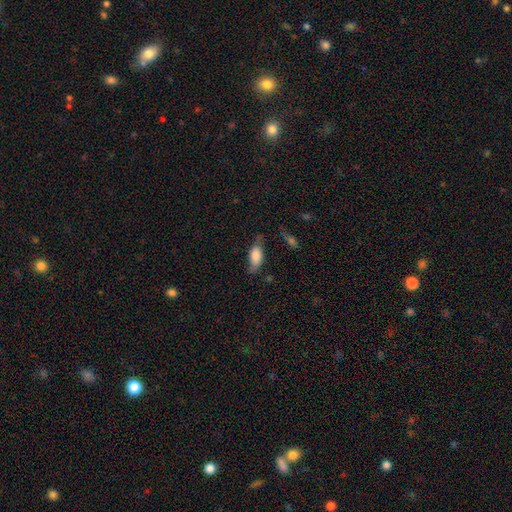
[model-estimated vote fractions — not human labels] Q: Smooth or featured?
A: smooth (73%); runner-up: featured or disk (19%)
Q: How rounded?
A: in between (83%); runner-up: cigar-shaped (13%)
Q: Merging?
A: none (57%); runner-up: minor disturbance (29%)